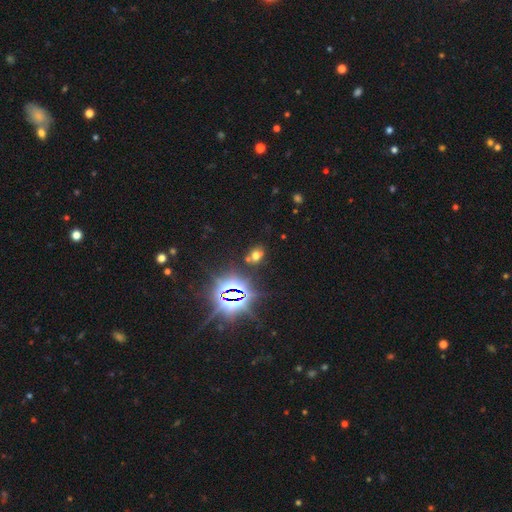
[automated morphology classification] Smooth or featured?
  - star or artifact: 45% *
  - smooth: 44%
  - featured or disk: 11%